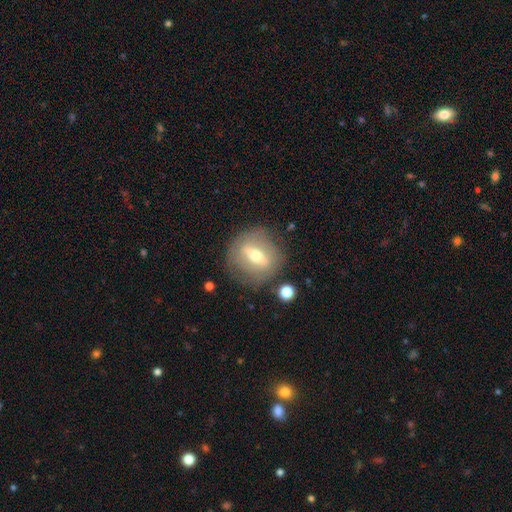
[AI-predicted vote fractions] The model was most divided on "smooth or featured": featured or disk: 60%, smooth: 32%, star or artifact: 8%. More confident: merging — none (79%); edge-on disk — no (74%).